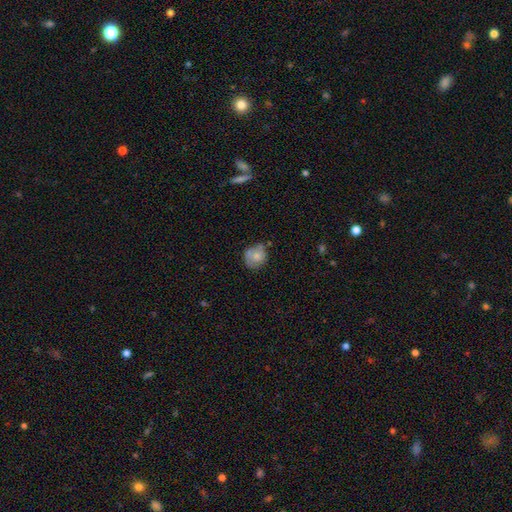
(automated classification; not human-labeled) Smooth or featured? smooth (65%)
How rounded? round (82%)
Merging? none (59%)